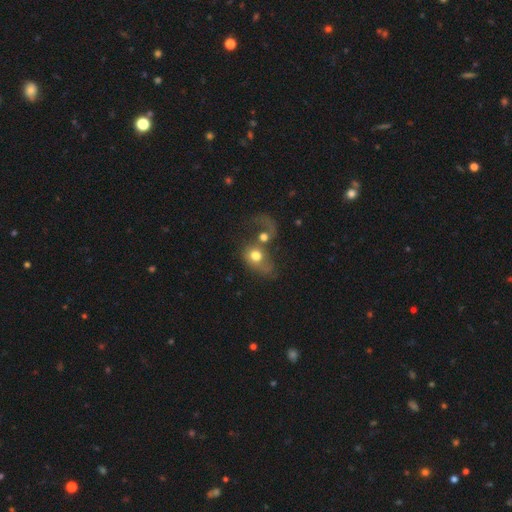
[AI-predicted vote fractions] This is possibly a smooth galaxy (57%). How rounded: possibly round (55%). Merging: possibly merger (59%).